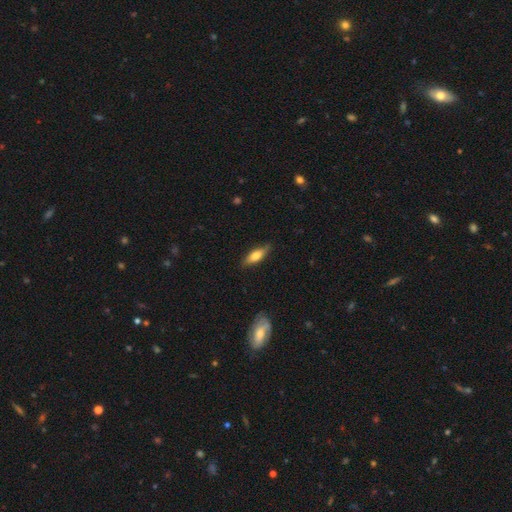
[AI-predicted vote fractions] smooth_or_featured: smooth (p=0.65) [alt: featured or disk p=0.28]
how_rounded: in between (p=0.59) [alt: cigar-shaped p=0.38]
merging: none (p=0.78) [alt: minor disturbance p=0.17]